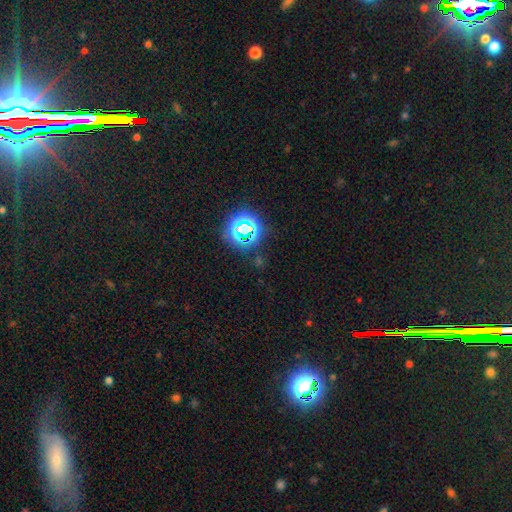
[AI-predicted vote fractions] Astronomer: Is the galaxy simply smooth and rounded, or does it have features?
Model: star or artifact — 65%.